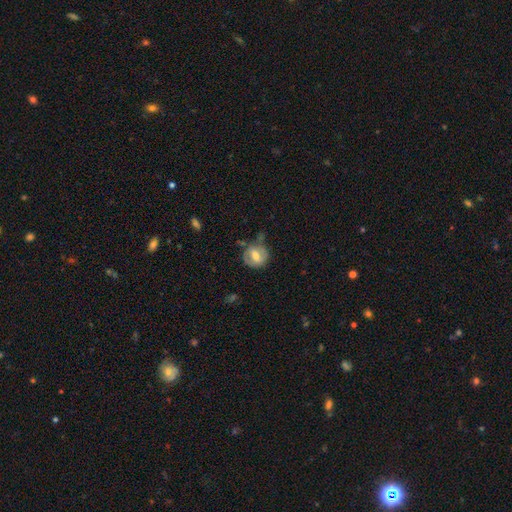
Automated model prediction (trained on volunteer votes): smooth_or_featured: smooth (p=0.48) [alt: featured or disk p=0.44]
merging: none (p=0.56) [alt: minor disturbance p=0.27]